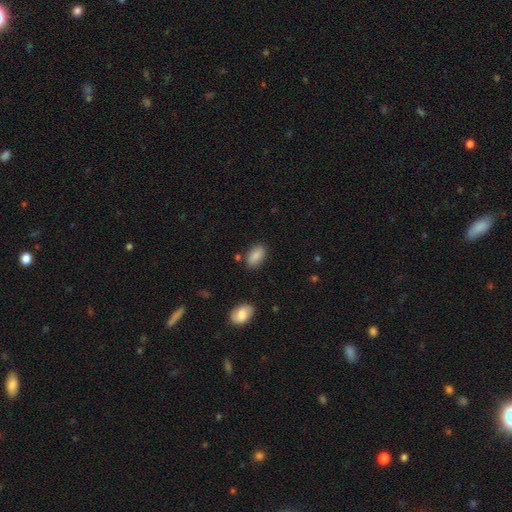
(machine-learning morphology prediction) Overall: smooth (84%). How rounded: in between (93%). Merging: none (81%).